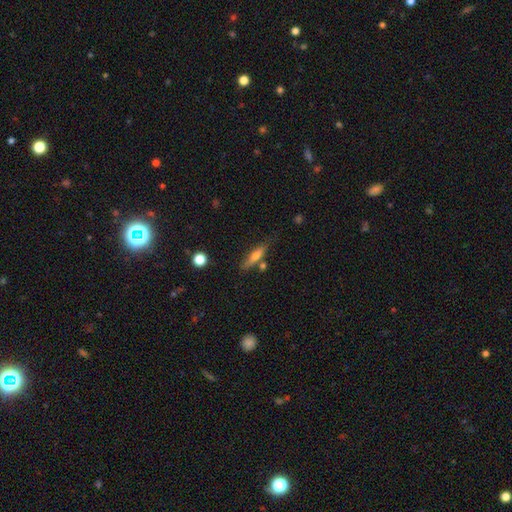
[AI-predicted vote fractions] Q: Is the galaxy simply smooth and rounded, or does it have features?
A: smooth — 55%.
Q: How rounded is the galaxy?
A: cigar-shaped — 76%.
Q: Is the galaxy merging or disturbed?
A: none — 70%.